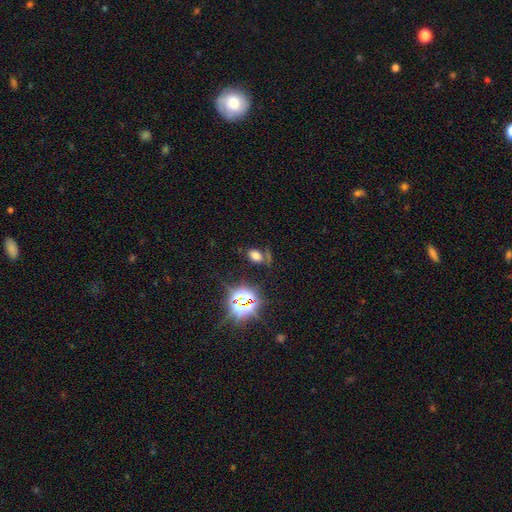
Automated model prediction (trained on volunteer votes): The model was most divided on "smooth or featured": smooth: 60%, star or artifact: 30%, featured or disk: 10%. More confident: how rounded — in between (84%); merging — none (67%).